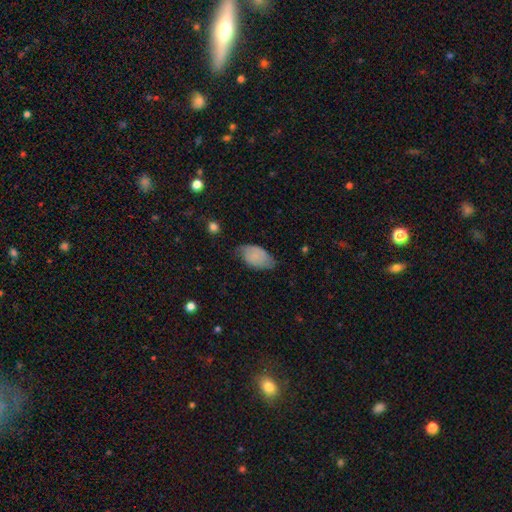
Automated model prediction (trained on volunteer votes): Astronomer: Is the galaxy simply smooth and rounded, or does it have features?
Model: smooth — 77%.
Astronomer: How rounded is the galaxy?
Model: in between — 93%.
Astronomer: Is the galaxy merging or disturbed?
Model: none — 53% (runner-up: minor disturbance, 36%).